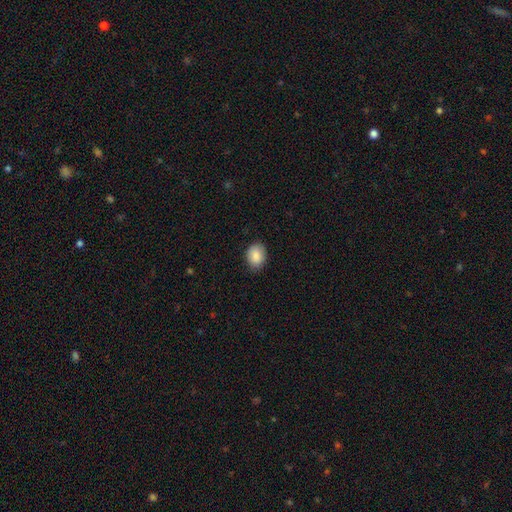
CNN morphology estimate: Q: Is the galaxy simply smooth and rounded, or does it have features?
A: smooth — 88%.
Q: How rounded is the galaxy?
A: in between — 70%.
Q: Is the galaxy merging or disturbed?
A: none — 82%.